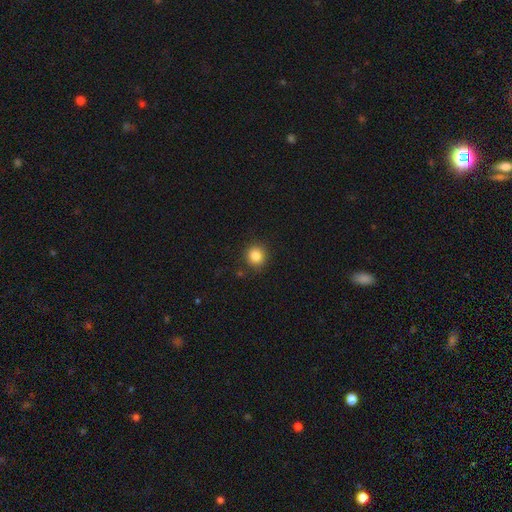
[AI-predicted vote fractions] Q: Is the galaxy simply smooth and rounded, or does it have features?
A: smooth — 85%.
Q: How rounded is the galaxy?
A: round — 91%.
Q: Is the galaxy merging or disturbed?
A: none — 88%.